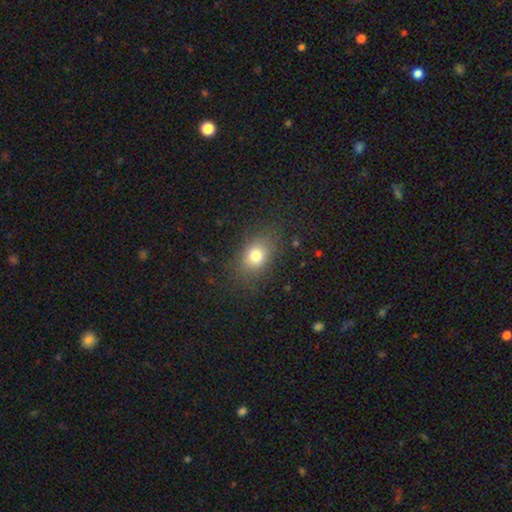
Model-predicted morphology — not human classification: A smooth galaxy with no disk features (76%) that is in between round and cigar-shaped (64%). Merging: none (81%).